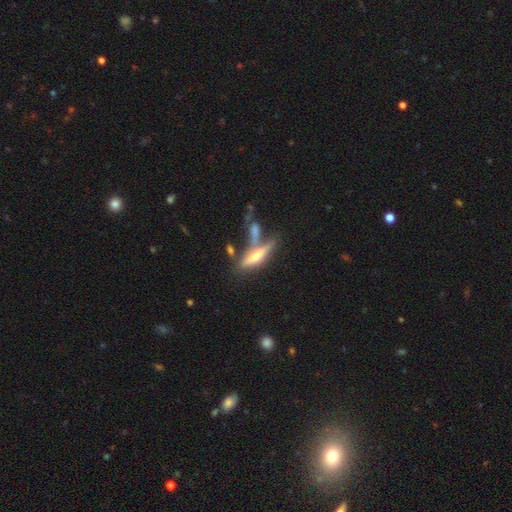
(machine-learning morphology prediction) Smooth or featured: featured or disk — 48% (smooth — 44%)
Merging: none — 47% (merger — 30%)